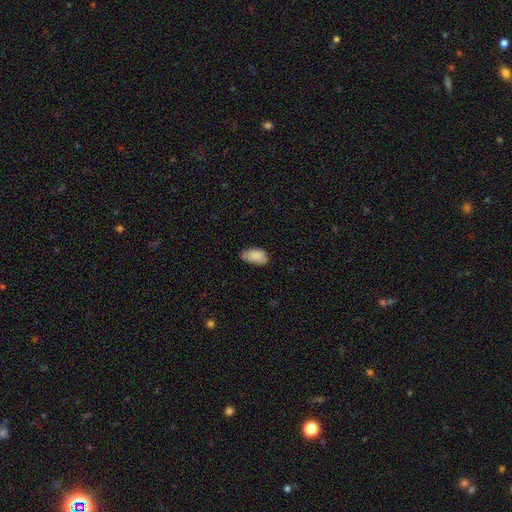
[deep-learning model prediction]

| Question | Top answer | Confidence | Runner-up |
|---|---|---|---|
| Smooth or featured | smooth | 88% | star or artifact (7%) |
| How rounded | in between | 94% | round (4%) |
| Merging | none | 64% | minor disturbance (30%) |